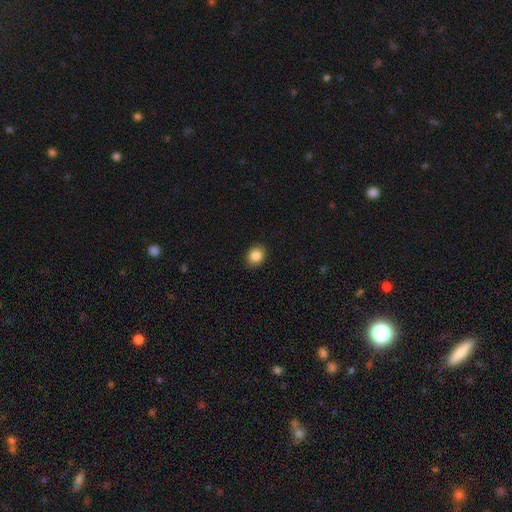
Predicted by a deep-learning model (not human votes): Smooth or featured? smooth (85%)
How rounded? round (55%)
Merging? none (90%)